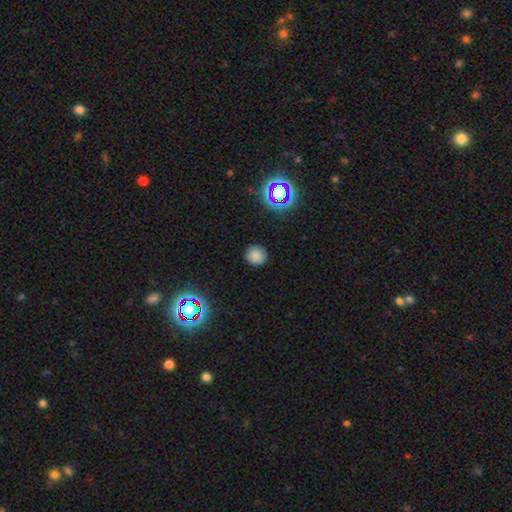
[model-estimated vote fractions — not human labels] The model was most divided on "smooth or featured": smooth: 78%, star or artifact: 17%, featured or disk: 5%. More confident: how rounded — round (93%); merging — none (89%).